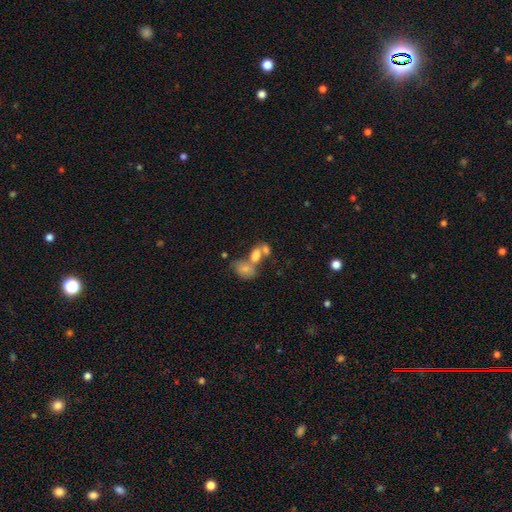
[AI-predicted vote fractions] smooth_or_featured: smooth (p=0.72) [alt: featured or disk p=0.17]
how_rounded: in between (p=0.83) [alt: round p=0.15]
merging: merger (p=0.58) [alt: none p=0.25]